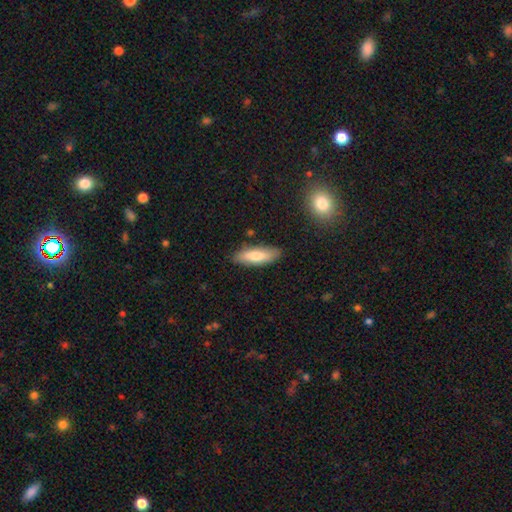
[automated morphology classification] Smooth or featured? smooth (73%)
How rounded? in between (54%)
Merging? none (85%)